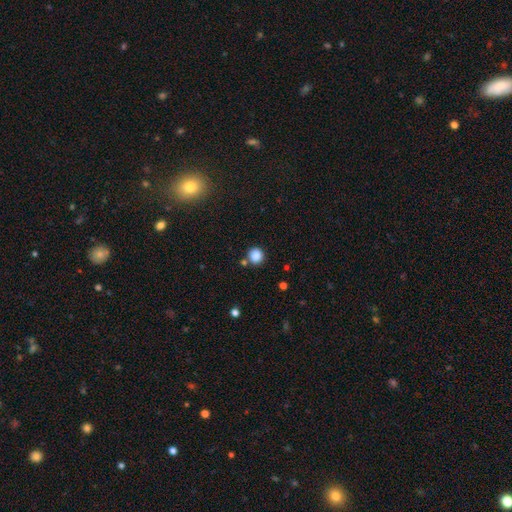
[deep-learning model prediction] A smooth galaxy with no disk features (85%) that is round (91%).

Vote fractions:
- Smooth or featured? smooth: 85% / star or artifact: 11% / featured or disk: 3%
- How rounded? round: 91% / in between: 8% / cigar-shaped: 1%
- Merging? none: 80% / minor disturbance: 9% / merger: 8% / major disturbance: 3%